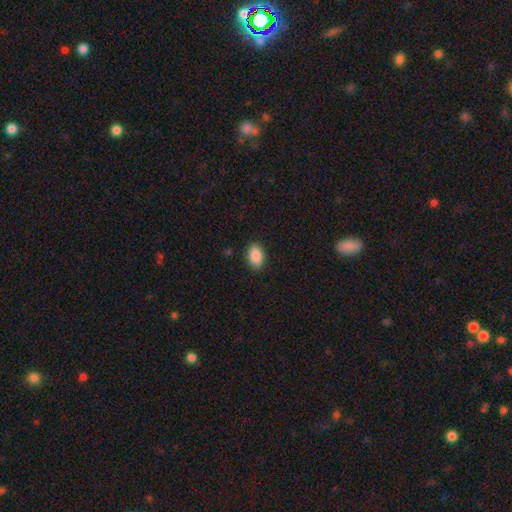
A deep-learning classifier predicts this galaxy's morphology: Smooth or featured?
  - smooth: 89% *
  - star or artifact: 7%
  - featured or disk: 4%
How rounded?
  - in between: 89% *
  - round: 10%
  - cigar-shaped: 1%
Merging?
  - none: 87% *
  - minor disturbance: 9%
  - major disturbance: 2%
  - merger: 1%